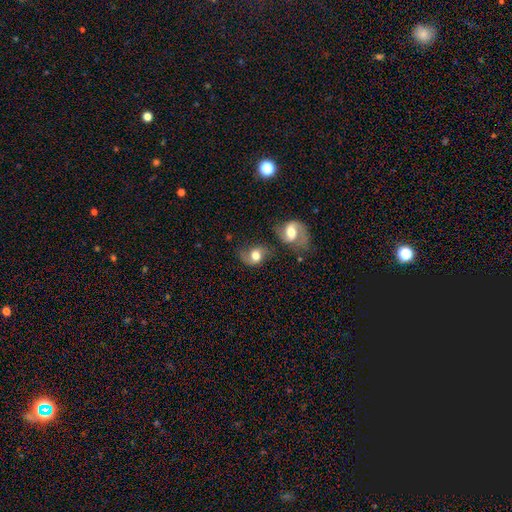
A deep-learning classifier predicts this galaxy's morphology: type=featured or disk (47%); merging=none (49%).